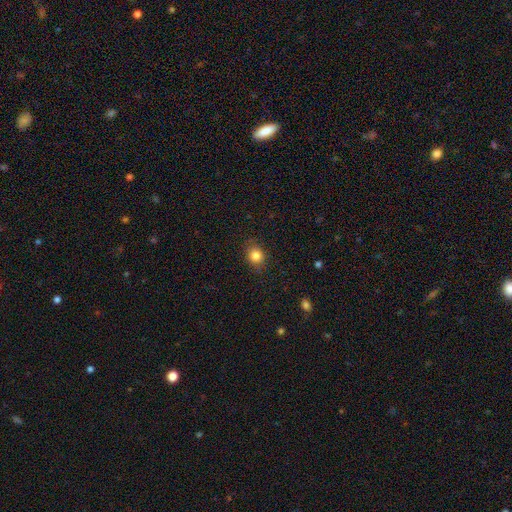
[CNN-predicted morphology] This appears to be a smooth galaxy with no disk features (84%) that is round (69%). Merging: none (85%).